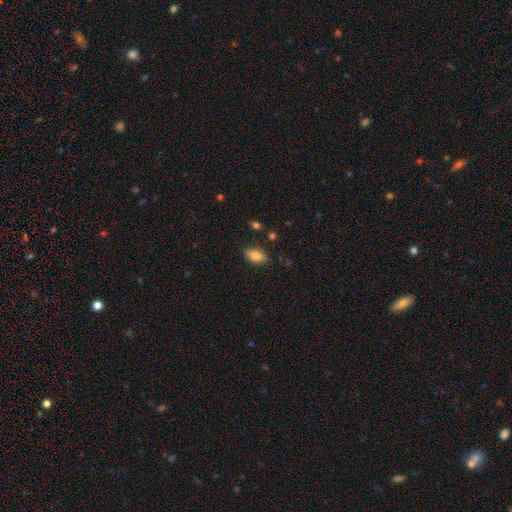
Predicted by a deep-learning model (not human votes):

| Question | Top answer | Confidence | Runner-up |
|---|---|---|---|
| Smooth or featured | smooth | 77% | featured or disk (16%) |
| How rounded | in between | 86% | cigar-shaped (9%) |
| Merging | none | 84% | minor disturbance (12%) |